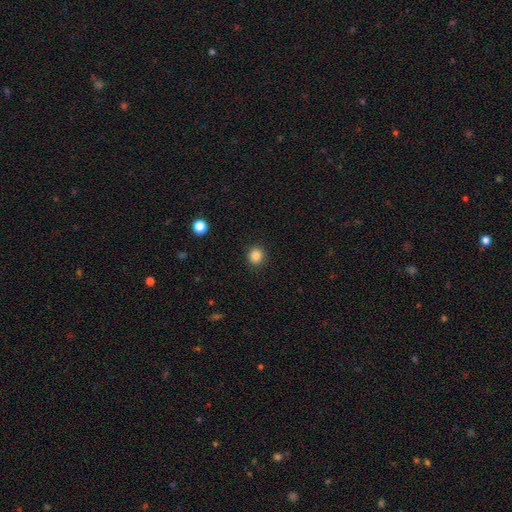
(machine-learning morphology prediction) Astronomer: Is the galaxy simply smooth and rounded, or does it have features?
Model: smooth — 86%.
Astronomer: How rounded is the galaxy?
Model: round — 82%.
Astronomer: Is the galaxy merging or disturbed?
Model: none — 90%.